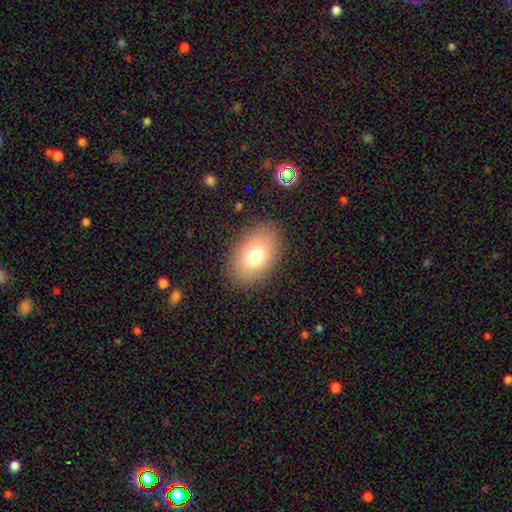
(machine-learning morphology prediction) Smooth or featured: smooth — 76% (featured or disk — 14%)
How rounded: in between — 85% (round — 14%)
Merging: none — 87% (minor disturbance — 8%)